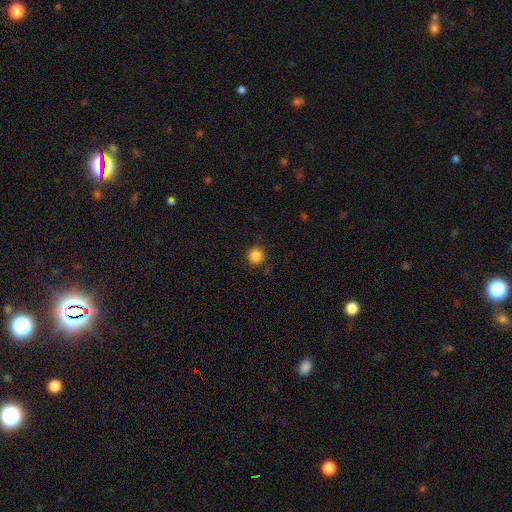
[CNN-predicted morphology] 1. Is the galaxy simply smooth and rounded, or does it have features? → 85% smooth, 11% star or artifact, 4% featured or disk.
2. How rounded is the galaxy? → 94% round, 5% in between, 1% cigar-shaped.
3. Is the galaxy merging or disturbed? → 87% none, 9% minor disturbance, 2% major disturbance, 2% merger.